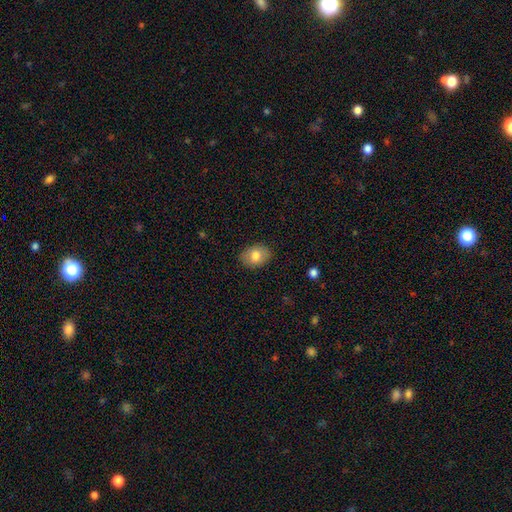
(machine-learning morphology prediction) smooth_or_featured: smooth (p=0.79) [alt: featured or disk p=0.14]
how_rounded: in between (p=0.70) [alt: round p=0.29]
merging: none (p=0.88) [alt: minor disturbance p=0.09]